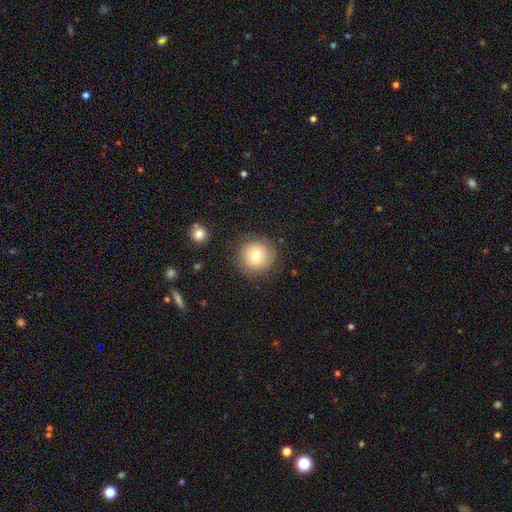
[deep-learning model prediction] Smooth or featured: smooth — 74% (featured or disk — 15%)
How rounded: round — 94% (in between — 5%)
Merging: none — 86% (minor disturbance — 9%)